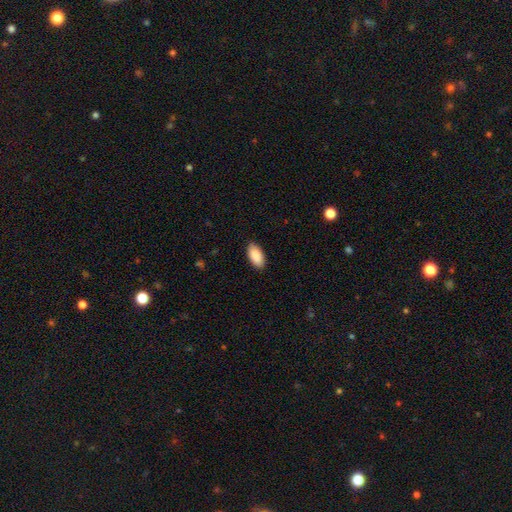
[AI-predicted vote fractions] smooth_or_featured: smooth (p=0.91) [alt: star or artifact p=0.06]
how_rounded: in between (p=0.94) [alt: cigar-shaped p=0.04]
merging: none (p=0.88) [alt: minor disturbance p=0.09]